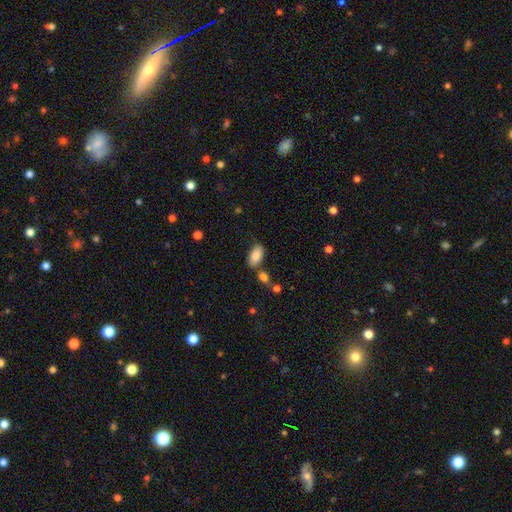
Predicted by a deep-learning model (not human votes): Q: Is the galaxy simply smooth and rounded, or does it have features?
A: smooth — 84%.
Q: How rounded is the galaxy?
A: in between — 94%.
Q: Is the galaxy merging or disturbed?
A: none — 66%.